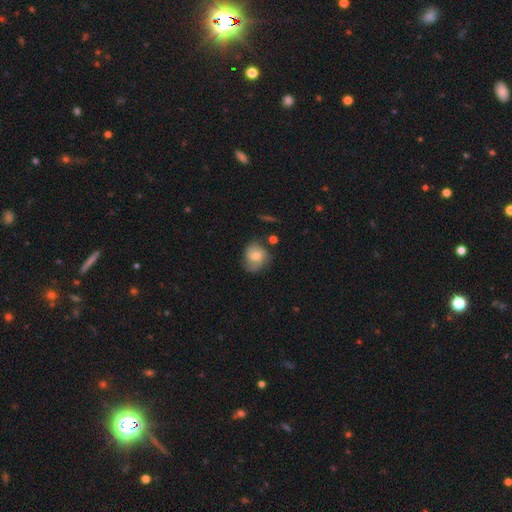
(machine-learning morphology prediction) Q: Smooth or featured?
A: smooth (60%); runner-up: featured or disk (31%)
Q: How rounded?
A: round (70%); runner-up: in between (29%)
Q: Merging?
A: none (59%); runner-up: minor disturbance (28%)